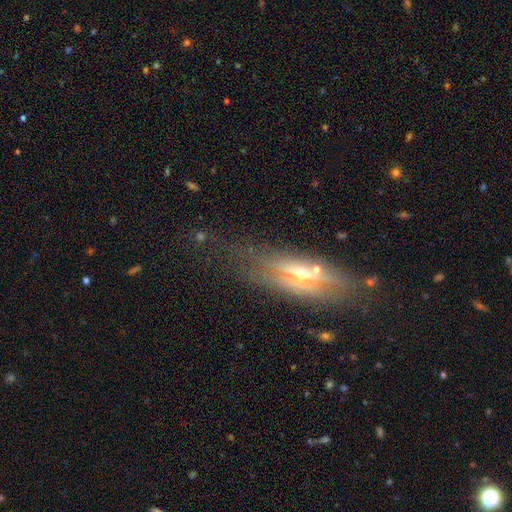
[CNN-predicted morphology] Smooth or featured? Predicted: featured or disk (p=0.49). Merging? Predicted: none (p=0.59).